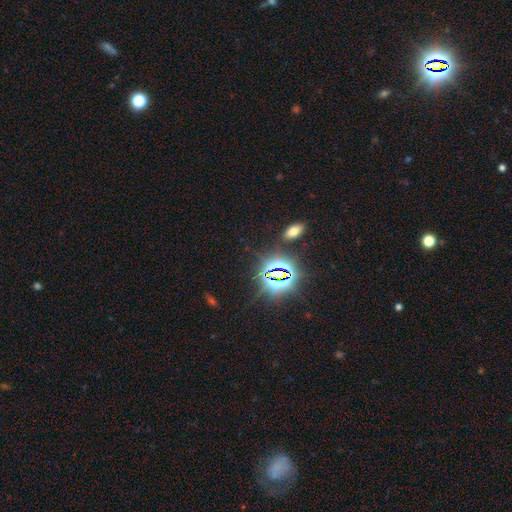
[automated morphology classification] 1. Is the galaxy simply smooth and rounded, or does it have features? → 82% star or artifact, 11% smooth, 7% featured or disk.